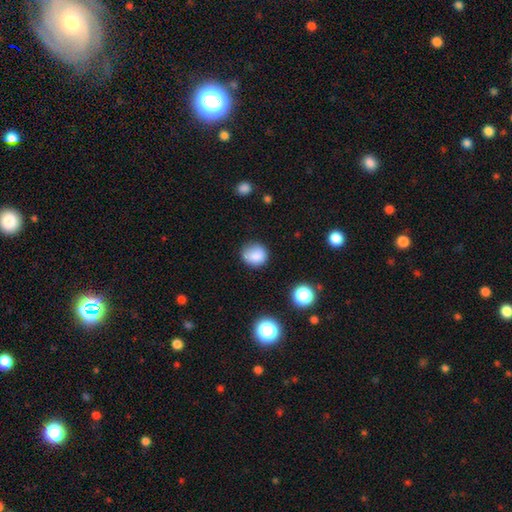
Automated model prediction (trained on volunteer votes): This is clearly a smooth galaxy (83%). How rounded: likely round (78%). Merging: likely none (73%).